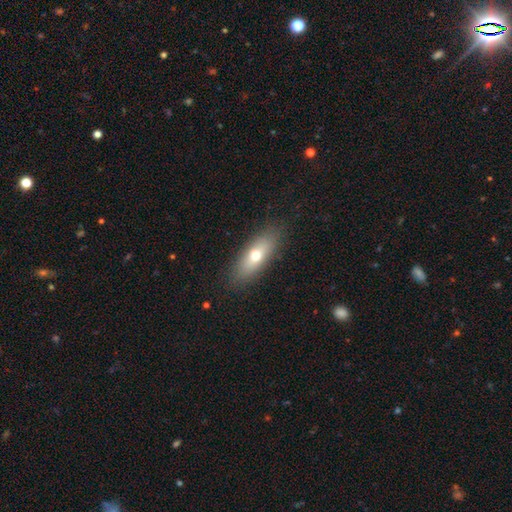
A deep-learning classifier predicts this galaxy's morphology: type=smooth (65%); roundness=in between (59%); merging=none (86%).